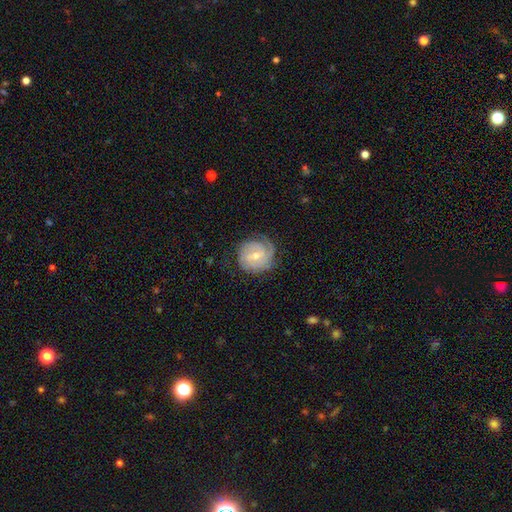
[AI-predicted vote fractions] Morphology: type=featured or disk (75%); edge-on=no (98%); bar=weak (45%, tied with no); spiral arms=yes (92%); winding=tight (68%); arm count=can't tell (36%); bulge=small (50%); merging=none (71%).